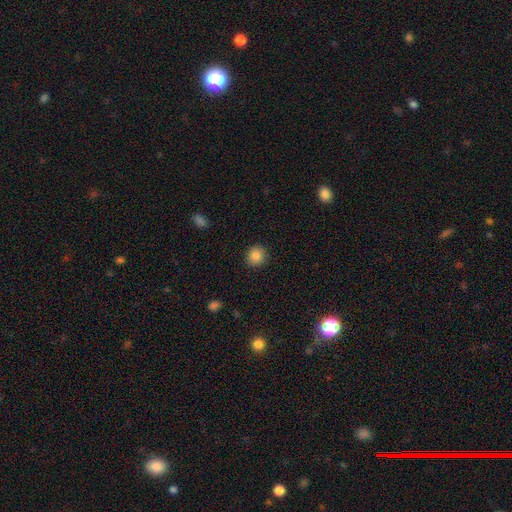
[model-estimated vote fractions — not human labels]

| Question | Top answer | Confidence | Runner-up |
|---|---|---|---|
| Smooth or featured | smooth | 85% | star or artifact (10%) |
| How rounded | round | 87% | in between (12%) |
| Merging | none | 90% | minor disturbance (7%) |